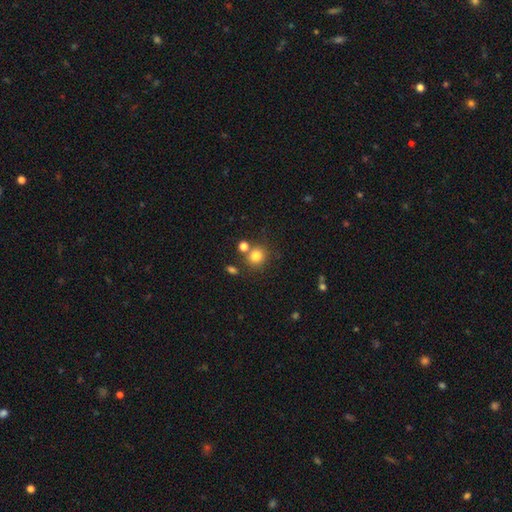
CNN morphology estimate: A smooth galaxy with no disk features (81%) that is round (85%).

Vote fractions:
- Smooth or featured? smooth: 81% / star or artifact: 12% / featured or disk: 7%
- How rounded? round: 85% / in between: 14% / cigar-shaped: 1%
- Merging? none: 70% / merger: 16% / minor disturbance: 10% / major disturbance: 4%